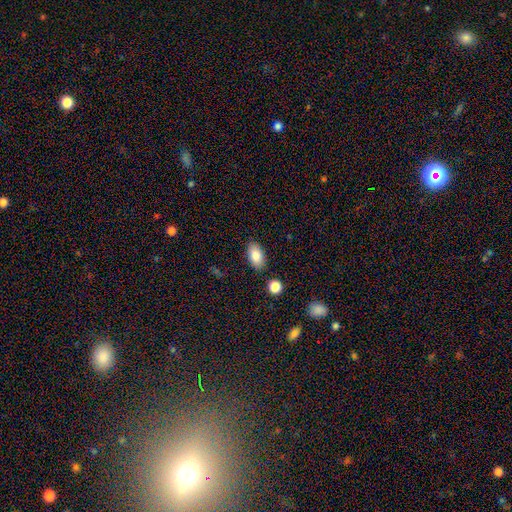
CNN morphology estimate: The model was most divided on "merging": none: 85%, minor disturbance: 10%, merger: 3%, major disturbance: 2%. More confident: how rounded — in between (93%); smooth or featured — smooth (85%).